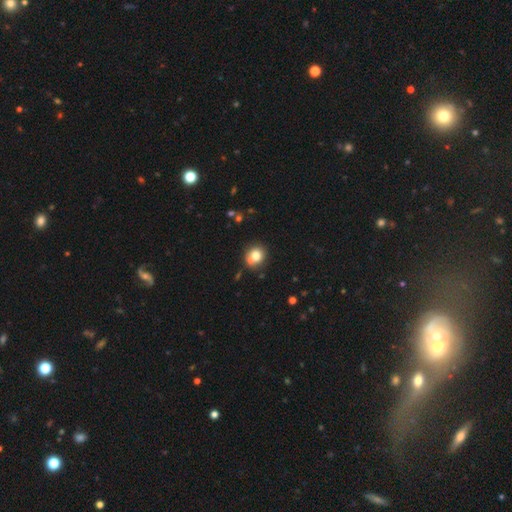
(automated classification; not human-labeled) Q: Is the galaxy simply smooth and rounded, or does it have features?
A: smooth — 77%.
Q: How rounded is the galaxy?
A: round — 79%.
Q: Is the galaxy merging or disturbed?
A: none — 68%.